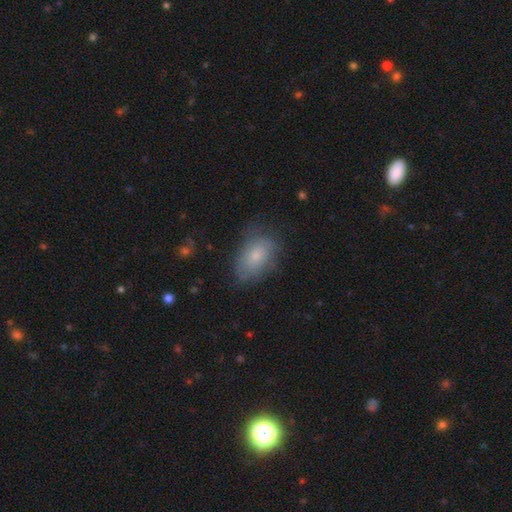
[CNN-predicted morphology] Overall: smooth (67%). How rounded: in between (88%). Merging: none (63%; minor disturbance 26%).